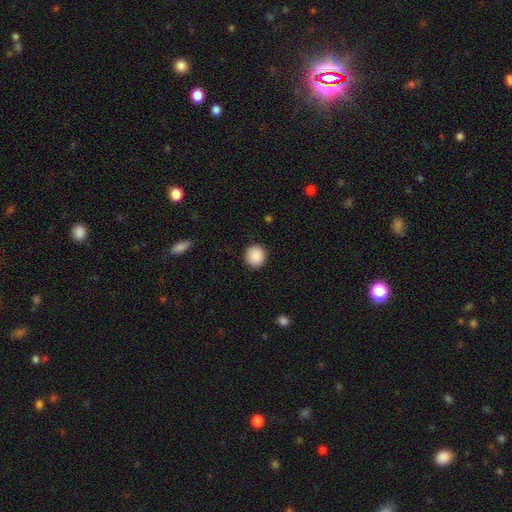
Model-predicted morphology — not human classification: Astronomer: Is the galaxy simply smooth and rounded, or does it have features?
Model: smooth — 89%.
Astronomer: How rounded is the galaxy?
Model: round — 91%.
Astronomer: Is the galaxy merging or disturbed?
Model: none — 91%.